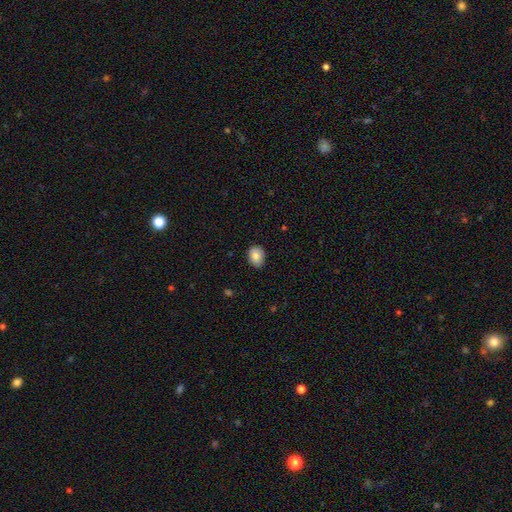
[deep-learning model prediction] Overall: smooth (84%). How rounded: in between (58%; round 41%). Merging: none (80%).